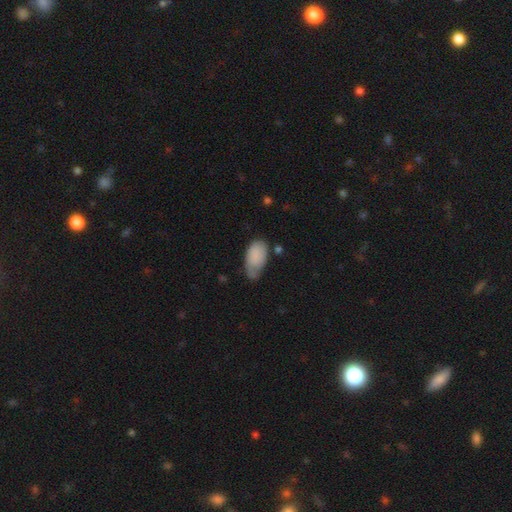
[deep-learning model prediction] A smooth galaxy with no disk features (83%) that is in between round and cigar-shaped (95%). Merging: minor disturbance (41%).